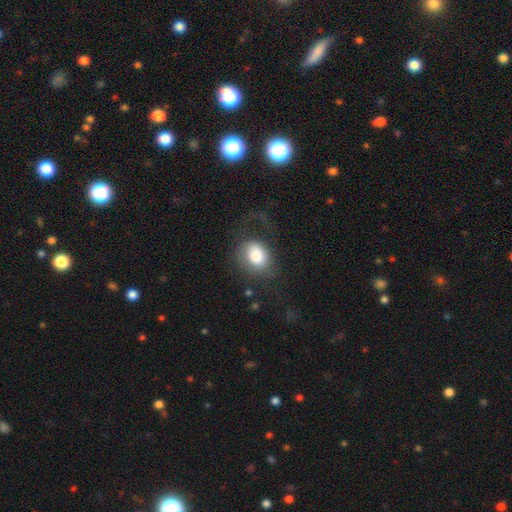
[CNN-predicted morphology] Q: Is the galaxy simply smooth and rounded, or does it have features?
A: smooth — 73%.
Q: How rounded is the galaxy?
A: in between — 60%.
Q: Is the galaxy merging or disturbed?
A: none — 44%.